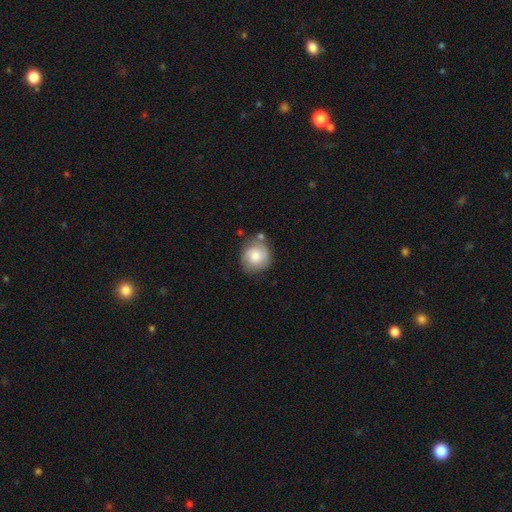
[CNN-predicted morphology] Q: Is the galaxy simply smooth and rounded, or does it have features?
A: smooth — 72%.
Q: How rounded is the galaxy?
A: round — 83%.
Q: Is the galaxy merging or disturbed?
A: none — 63%.